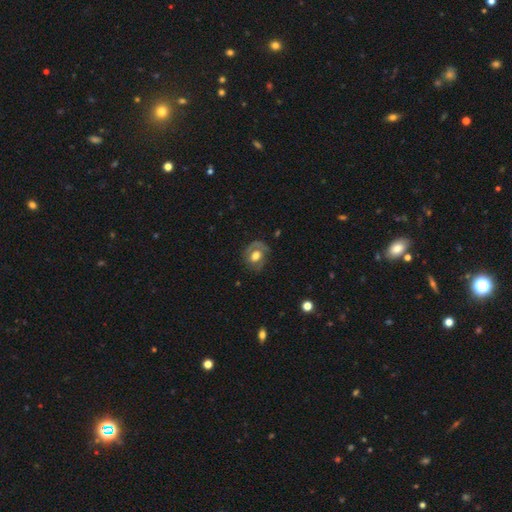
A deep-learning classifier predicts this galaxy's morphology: Smooth or featured: featured or disk — 57% (smooth — 35%)
Edge-on disk: no — 96% (yes — 4%)
Bar: no — 67% (weak — 26%)
Spiral arms: yes — 64% (no — 36%)
Bulge size: moderate — 48% (large — 40%)
Merging: none — 65% (minor disturbance — 21%)